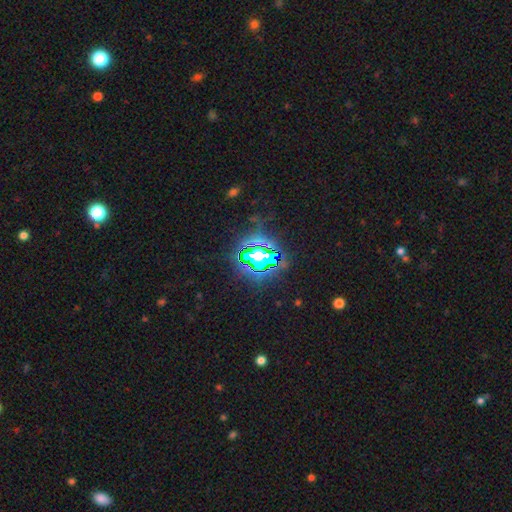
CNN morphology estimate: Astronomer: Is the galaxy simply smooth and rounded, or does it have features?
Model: star or artifact — 78%.